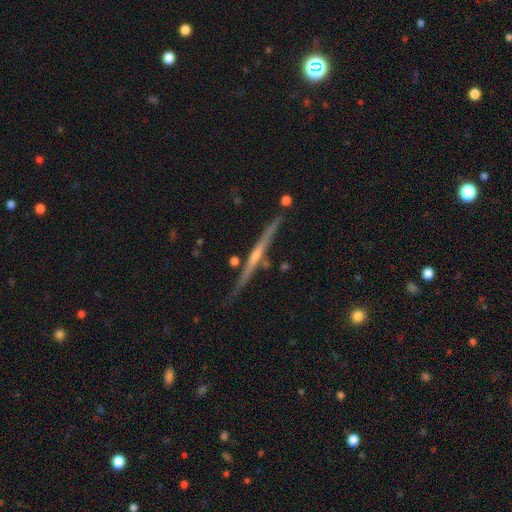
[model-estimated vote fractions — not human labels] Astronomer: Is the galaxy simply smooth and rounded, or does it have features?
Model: featured or disk — 84%.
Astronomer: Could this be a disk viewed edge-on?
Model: yes — 98%.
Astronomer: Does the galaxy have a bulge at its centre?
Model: rounded — 76%.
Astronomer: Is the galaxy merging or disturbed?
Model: none — 86%.